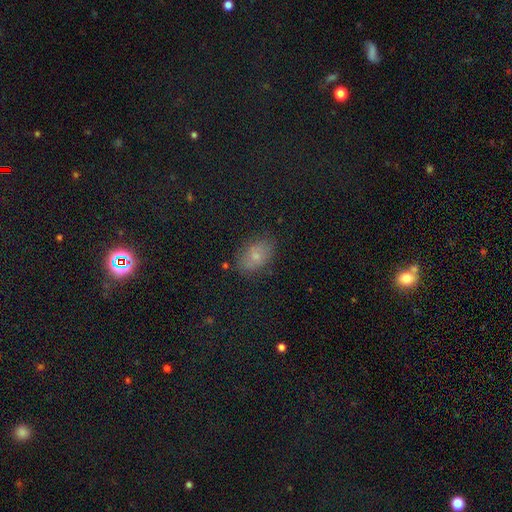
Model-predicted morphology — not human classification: This appears to be a smooth galaxy with no disk features (68%) that is in between round and cigar-shaped (86%). Merging: none (80%).